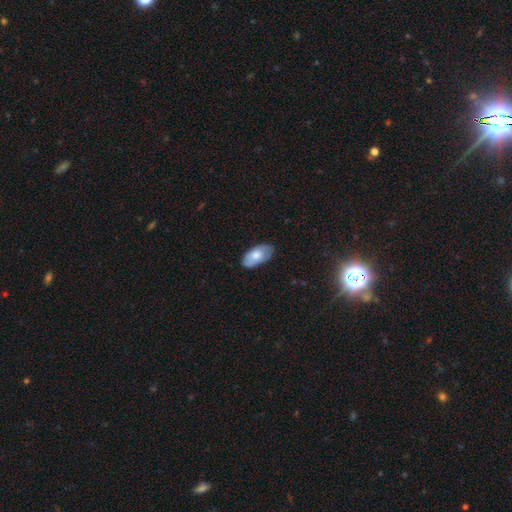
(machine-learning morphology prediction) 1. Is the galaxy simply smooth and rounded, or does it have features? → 71% smooth, 23% featured or disk, 6% star or artifact.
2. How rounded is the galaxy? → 94% in between, 3% cigar-shaped, 3% round.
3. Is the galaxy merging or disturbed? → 79% none, 17% minor disturbance, 3% major disturbance, 1% merger.